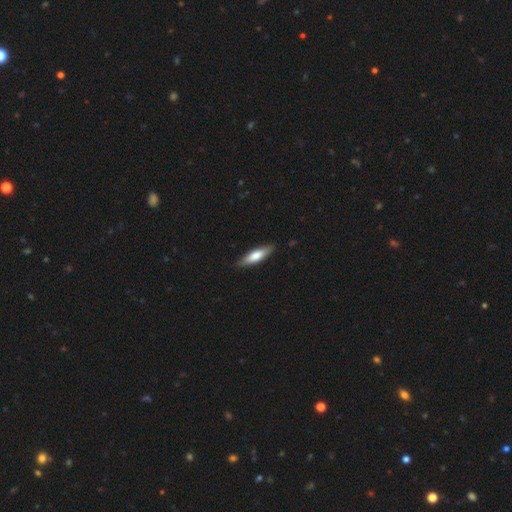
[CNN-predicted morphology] Smooth or featured? Predicted: smooth (p=0.67). How rounded? Predicted: cigar-shaped (p=0.61). Merging? Predicted: none (p=0.86).